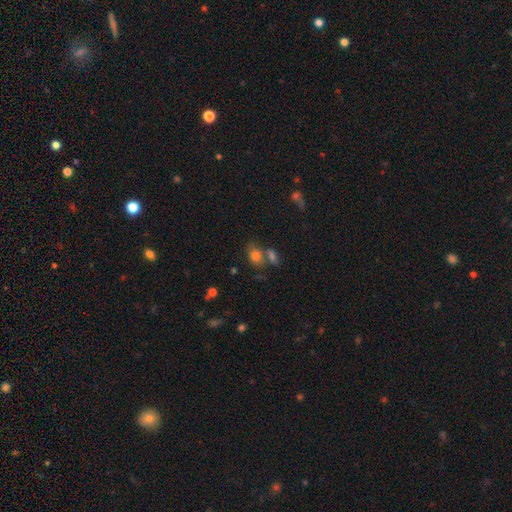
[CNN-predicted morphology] Smooth or featured: smooth — 76% (star or artifact — 14%)
How rounded: in between — 72% (round — 26%)
Merging: none — 42% (merger — 34%)